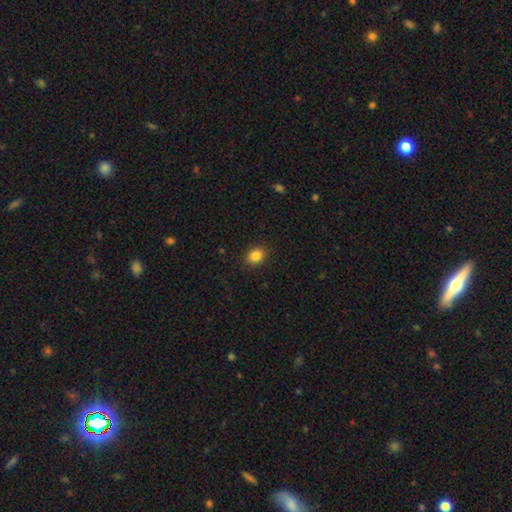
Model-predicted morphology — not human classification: Smooth or featured? Predicted: smooth (p=0.85). How rounded? Predicted: round (p=0.54). Merging? Predicted: none (p=0.90).